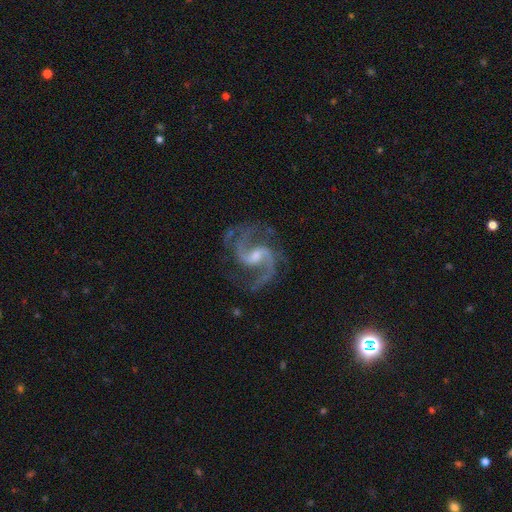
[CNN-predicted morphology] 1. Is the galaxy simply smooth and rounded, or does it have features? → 93% featured or disk, 5% star or artifact, 2% smooth.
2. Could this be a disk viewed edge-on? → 98% no, 2% yes.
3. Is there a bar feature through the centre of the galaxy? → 56% weak, 24% strong, 20% no.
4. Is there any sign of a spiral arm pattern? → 99% yes, 1% no.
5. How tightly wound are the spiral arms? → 64% medium, 25% loose, 10% tight.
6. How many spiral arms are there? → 91% 2, 3% 3, 2% can't tell, 1% 1, 1% 4, 1% more than 4.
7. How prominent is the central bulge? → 54% small, 35% moderate, 8% none, 2% large, 1% dominant.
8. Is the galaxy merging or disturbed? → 77% none, 14% minor disturbance, 7% major disturbance, 2% merger.